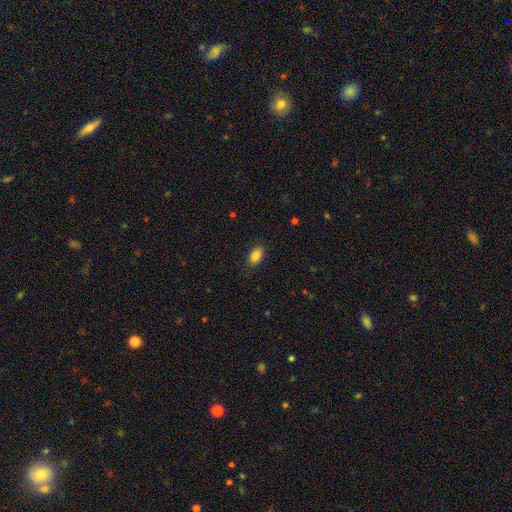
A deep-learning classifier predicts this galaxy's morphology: Smooth or featured: smooth — 85% (star or artifact — 8%)
How rounded: in between — 89% (round — 6%)
Merging: none — 86% (minor disturbance — 10%)